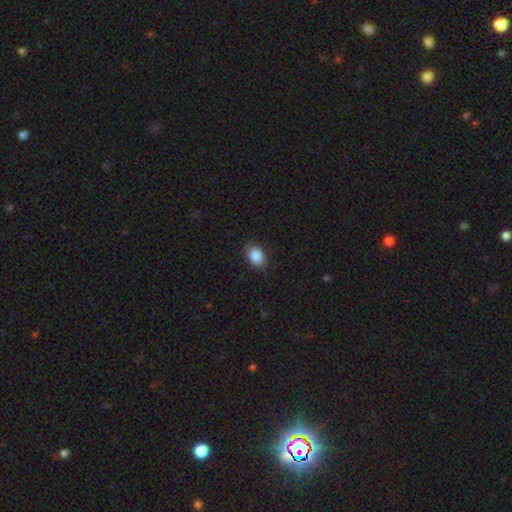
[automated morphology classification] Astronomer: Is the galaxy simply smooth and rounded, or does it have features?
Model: smooth — 89%.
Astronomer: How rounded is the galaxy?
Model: in between — 76%.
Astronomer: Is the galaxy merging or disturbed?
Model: none — 83%.